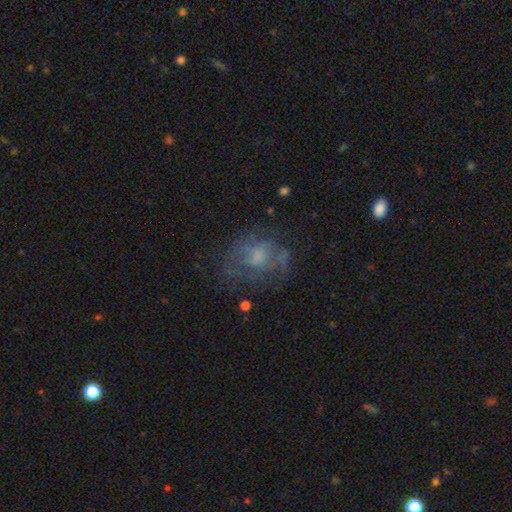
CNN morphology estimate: smooth_or_featured: featured or disk (p=0.52) [alt: smooth p=0.35]
disk_edge_on: no (p=0.97) [alt: yes p=0.03]
bar: no (p=0.71) [alt: weak p=0.25]
has_spiral_arms: no (p=0.54) [alt: yes p=0.46]
bulge_size: moderate (p=0.36) [alt: small p=0.29]
merging: none (p=0.53) [alt: major disturbance p=0.23]